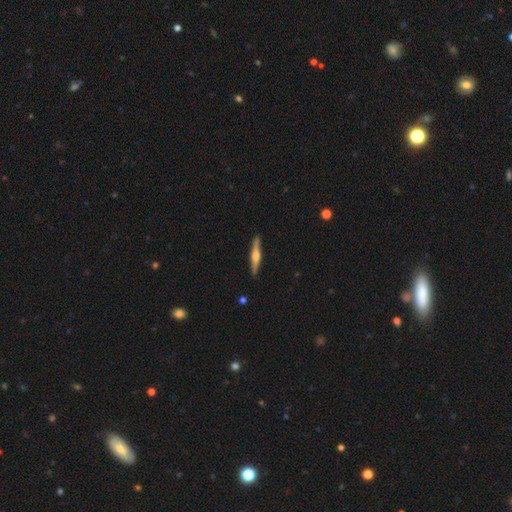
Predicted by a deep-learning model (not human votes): smooth_or_featured: featured or disk (p=0.67) [alt: smooth p=0.28]
disk_edge_on: yes (p=0.97) [alt: no p=0.03]
edge_on_bulge: rounded (p=0.80) [alt: boxy p=0.14]
merging: none (p=0.89) [alt: minor disturbance p=0.08]